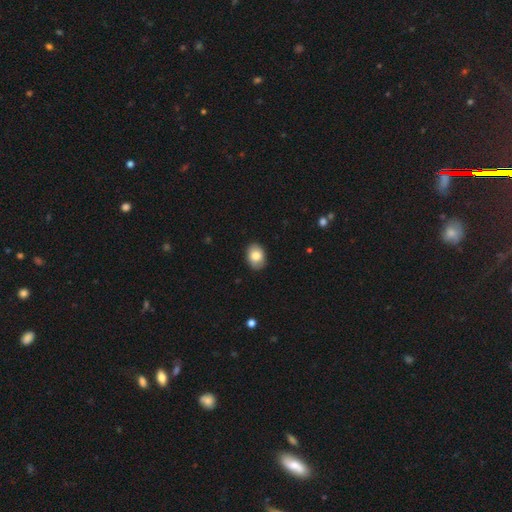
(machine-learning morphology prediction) This appears to be a smooth galaxy with no disk features (82%) that is in between round and cigar-shaped (77%). Merging: none (87%).